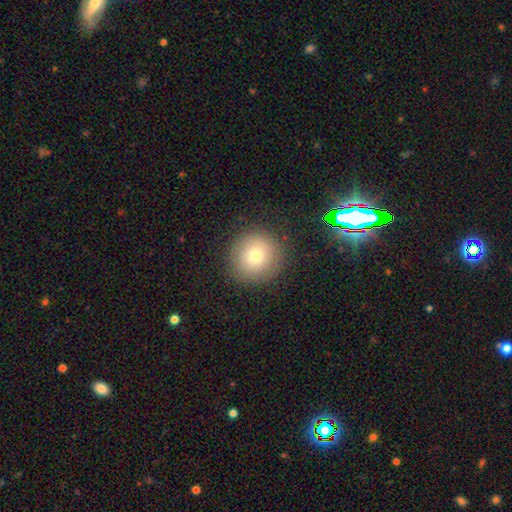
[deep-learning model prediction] smooth 73%, featured or disk 15%, star or artifact 12%. Down the decision tree: how rounded — round (93%); merging — none (86%).